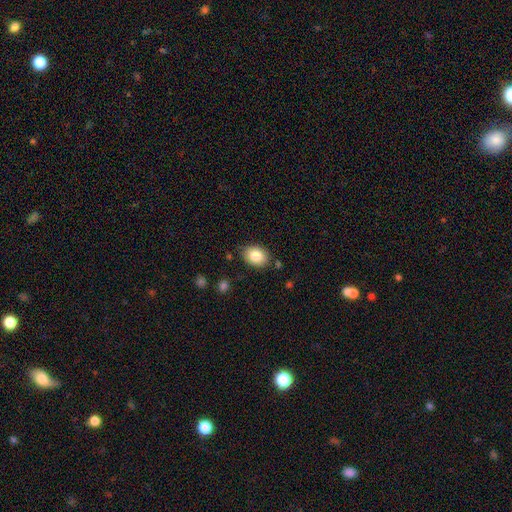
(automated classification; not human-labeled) This is clearly a smooth galaxy (86%). How rounded: likely in between (69%). Merging: likely none (80%).